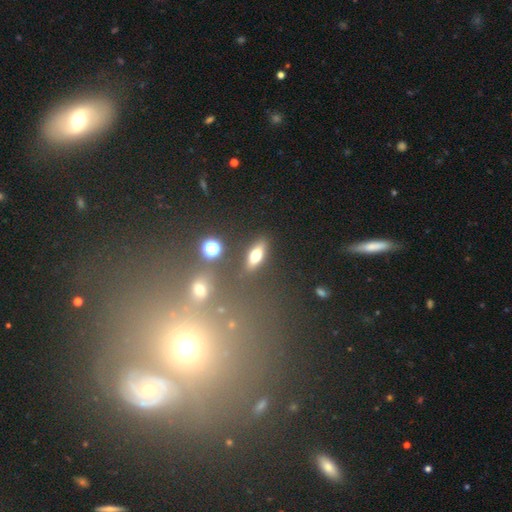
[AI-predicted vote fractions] Smooth or featured?
  - smooth: 63% *
  - featured or disk: 23%
  - star or artifact: 14%
How rounded?
  - in between: 63% *
  - cigar-shaped: 27%
  - round: 10%
Merging?
  - none: 85% *
  - minor disturbance: 9%
  - merger: 3%
  - major disturbance: 3%